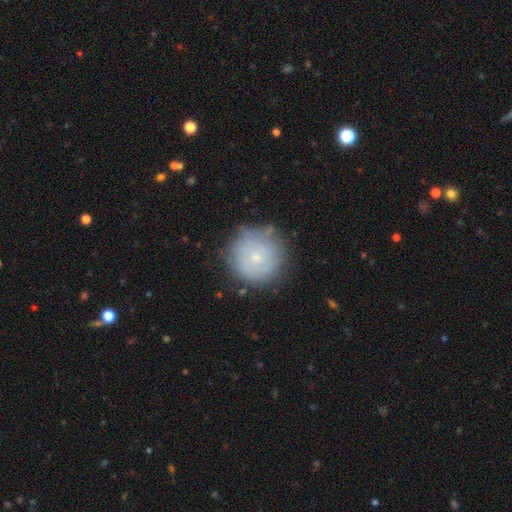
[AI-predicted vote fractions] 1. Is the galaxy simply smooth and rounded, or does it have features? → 52% smooth, 39% featured or disk, 8% star or artifact.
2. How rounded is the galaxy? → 94% round, 5% in between, 1% cigar-shaped.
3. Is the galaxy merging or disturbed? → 75% none, 17% minor disturbance, 6% major disturbance, 2% merger.